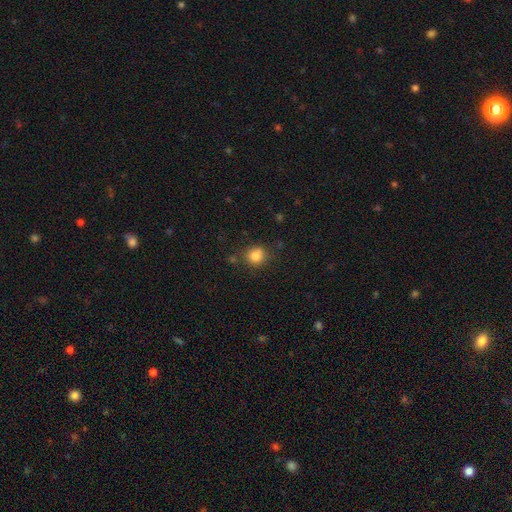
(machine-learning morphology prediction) A smooth galaxy with no disk features (84%) that is round (82%).

Vote fractions:
- Smooth or featured? smooth: 84% / star or artifact: 11% / featured or disk: 5%
- How rounded? round: 82% / in between: 17% / cigar-shaped: 1%
- Merging? none: 78% / minor disturbance: 14% / merger: 4% / major disturbance: 4%